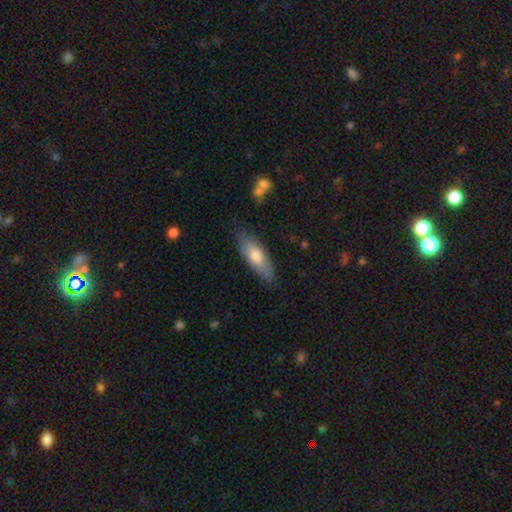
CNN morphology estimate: This is likely a smooth galaxy (70%). How rounded: possibly in between (55%). Merging: clearly none (82%).